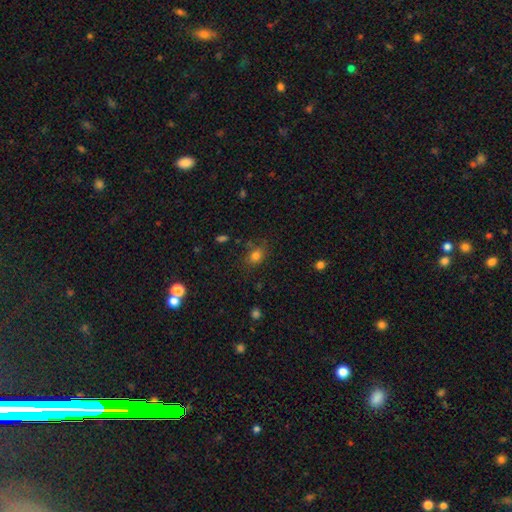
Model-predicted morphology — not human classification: Overall: smooth (79%). How rounded: in between (55%; round 44%). Merging: none (73%).